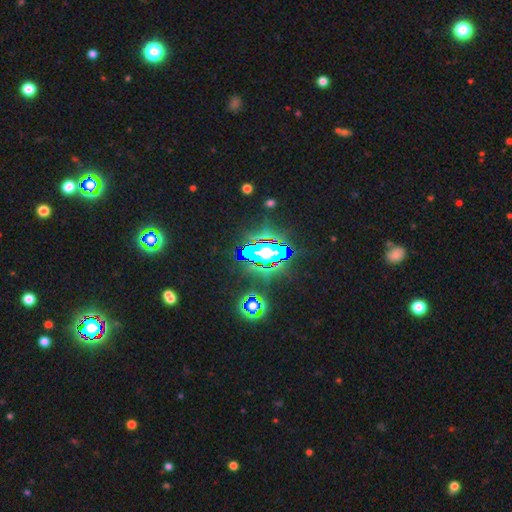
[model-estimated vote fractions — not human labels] Q: Smooth or featured?
A: star or artifact (83%); runner-up: smooth (9%)